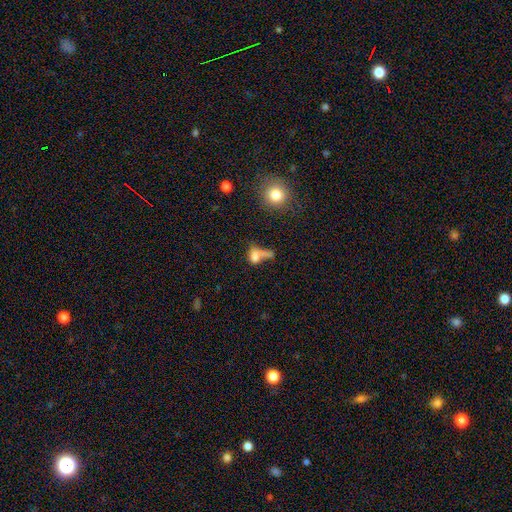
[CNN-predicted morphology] This appears to be a smooth galaxy with no disk features (66%) that is in between round and cigar-shaped (61%). Merging: merger (43%).